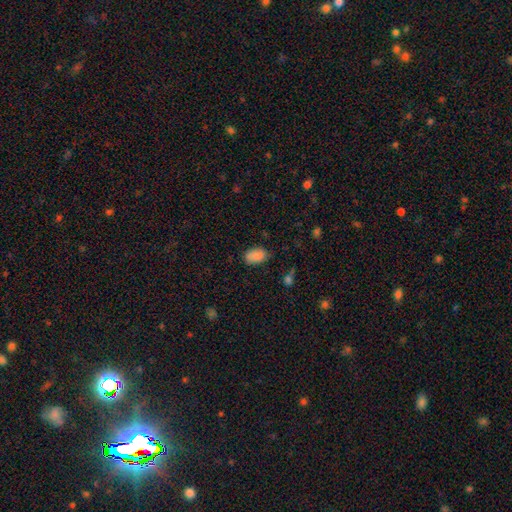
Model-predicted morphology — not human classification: This is clearly a smooth galaxy (88%). How rounded: clearly in between (92%). Merging: likely none (80%).